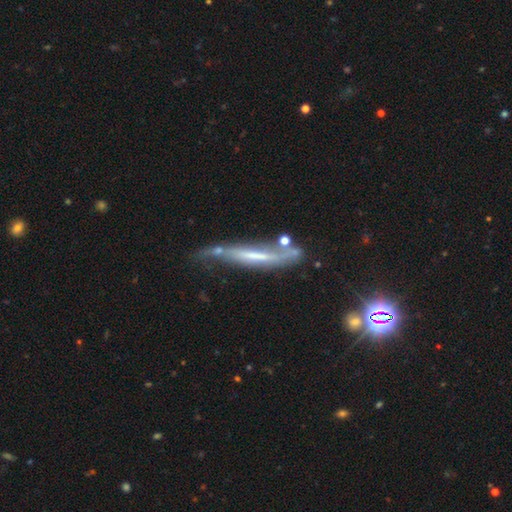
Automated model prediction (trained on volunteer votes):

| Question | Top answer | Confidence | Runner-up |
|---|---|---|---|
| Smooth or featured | featured or disk | 65% | smooth (26%) |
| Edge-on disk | yes | 66% | no (34%) |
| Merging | none | 36% | minor disturbance (28%) |